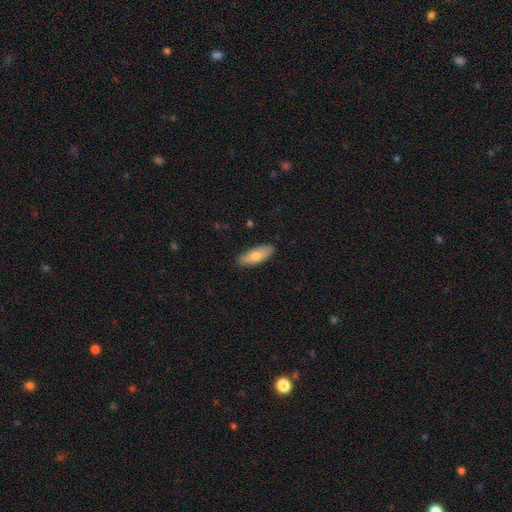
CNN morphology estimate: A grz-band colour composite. It shows a smooth galaxy with no disk features (73%) that is in between round and cigar-shaped (71%). Merging: none (86%).